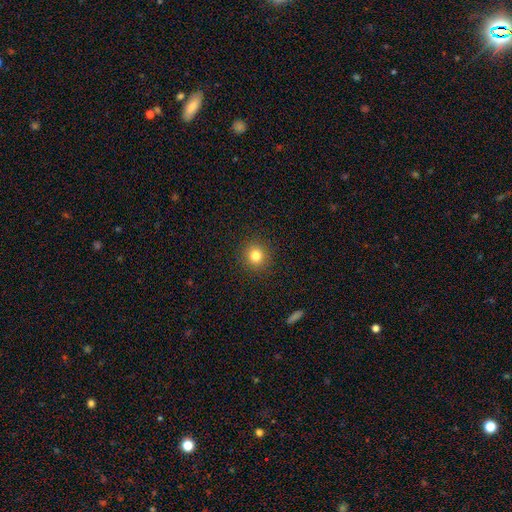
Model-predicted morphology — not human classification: Overall: smooth (81%). How rounded: round (93%). Merging: none (91%).